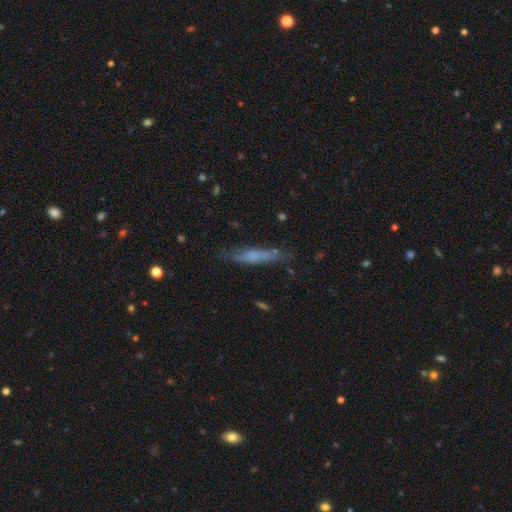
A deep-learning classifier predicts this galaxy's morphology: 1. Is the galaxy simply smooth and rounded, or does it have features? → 54% smooth, 37% featured or disk, 9% star or artifact.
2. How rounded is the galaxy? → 87% cigar-shaped, 11% in between, 2% round.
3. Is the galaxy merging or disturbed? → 74% none, 18% minor disturbance, 5% major disturbance, 2% merger.